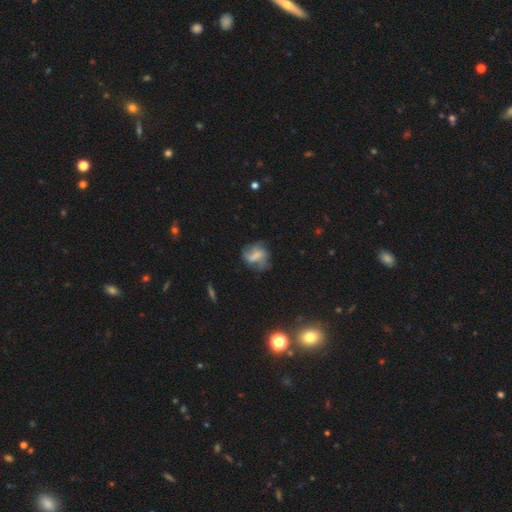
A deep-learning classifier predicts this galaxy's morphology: smooth-or-featured: featured or disk: 46% | smooth: 43% | star or artifact: 11%
  merging: none: 49% | minor disturbance: 26% | major disturbance: 21% | merger: 4%